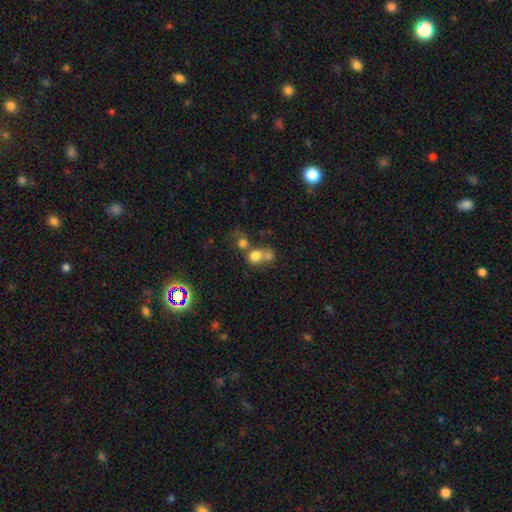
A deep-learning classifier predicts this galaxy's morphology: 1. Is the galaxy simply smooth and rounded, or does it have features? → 72% smooth, 14% featured or disk, 14% star or artifact.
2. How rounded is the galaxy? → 76% round, 23% in between, 1% cigar-shaped.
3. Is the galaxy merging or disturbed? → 55% merger, 32% none, 7% minor disturbance, 6% major disturbance.